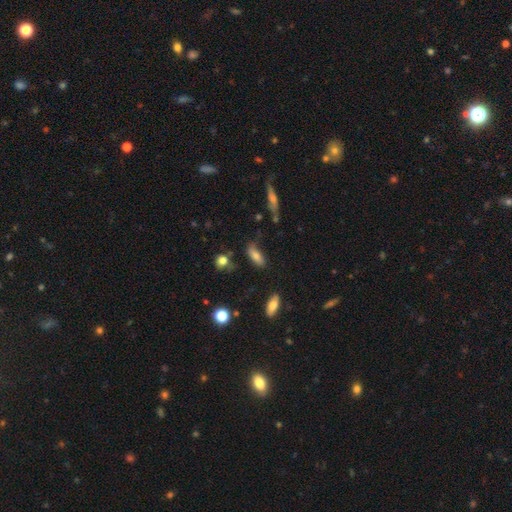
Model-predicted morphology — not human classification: A smooth galaxy with no disk features (74%) that is in between round and cigar-shaped (73%). Merging: none (60%).